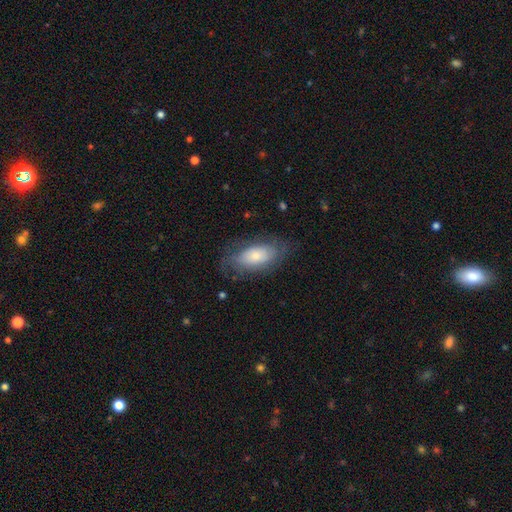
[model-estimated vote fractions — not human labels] smooth_or_featured: smooth (p=0.65) [alt: featured or disk p=0.28]
how_rounded: in between (p=0.91) [alt: cigar-shaped p=0.05]
merging: none (p=0.70) [alt: minor disturbance p=0.20]